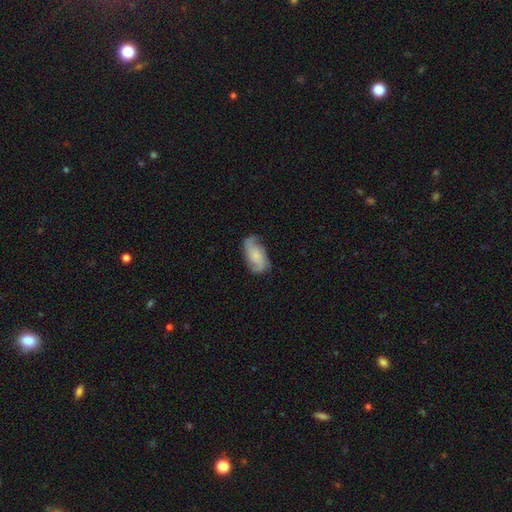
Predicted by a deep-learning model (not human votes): Smooth or featured?
  - featured or disk: 66% *
  - smooth: 27%
  - star or artifact: 7%
Edge-on disk?
  - no: 96% *
  - yes: 4%
Bar?
  - no: 68% *
  - weak: 27%
  - strong: 5%
Spiral arms?
  - yes: 94% *
  - no: 6%
Spiral winding?
  - medium: 42% *
  - loose: 38%
  - tight: 20%
Spiral arm count?
  - 2: 68% *
  - 3: 14%
  - can't tell: 9%
  - 1: 4%
  - 4: 3%
  - more than 4: 2%
Bulge size?
  - small: 36% *
  - none: 31%
  - moderate: 23%
  - large: 8%
  - dominant: 2%
Merging?
  - none: 67% *
  - minor disturbance: 22%
  - major disturbance: 9%
  - merger: 1%